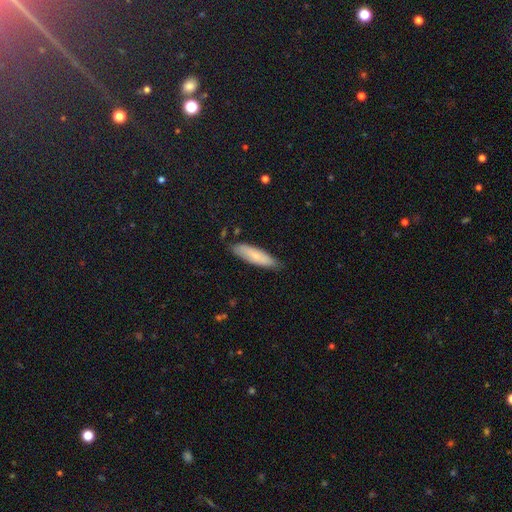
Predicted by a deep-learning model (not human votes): Smooth or featured?
  - smooth: 72% *
  - featured or disk: 21%
  - star or artifact: 6%
How rounded?
  - cigar-shaped: 60% *
  - in between: 38%
  - round: 2%
Merging?
  - none: 80% *
  - minor disturbance: 16%
  - major disturbance: 2%
  - merger: 2%